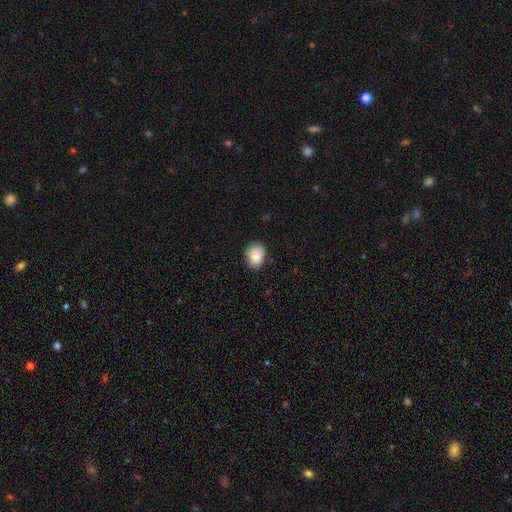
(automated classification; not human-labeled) The model was most divided on "how rounded": in between: 54%, round: 45%, cigar-shaped: 1%. More confident: smooth or featured — smooth (87%); merging — none (83%).